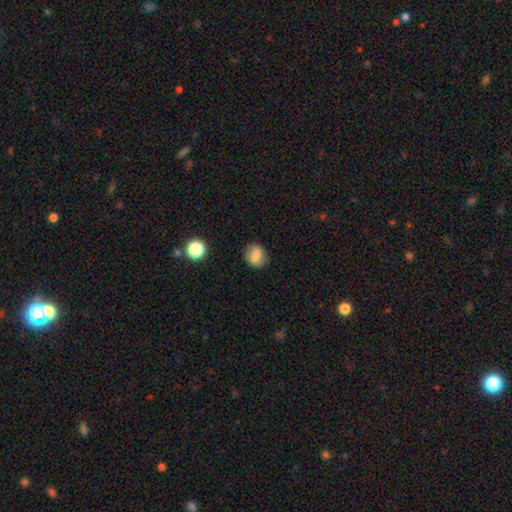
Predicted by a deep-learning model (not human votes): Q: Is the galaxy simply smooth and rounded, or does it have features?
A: smooth — 78%.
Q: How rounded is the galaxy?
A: round — 52%.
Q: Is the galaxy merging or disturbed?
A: none — 82%.